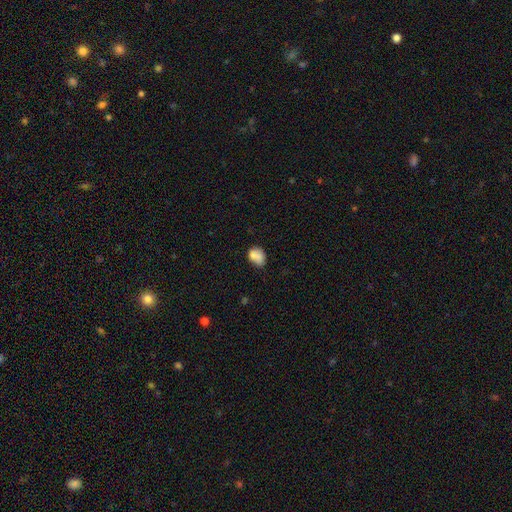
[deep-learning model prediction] A smooth galaxy with no disk features (75%) that is in between round and cigar-shaped (61%).

Vote fractions:
- Smooth or featured? smooth: 75% / featured or disk: 15% / star or artifact: 9%
- How rounded? in between: 61% / round: 38% / cigar-shaped: 1%
- Merging? none: 42% / merger: 28% / minor disturbance: 22% / major disturbance: 8%